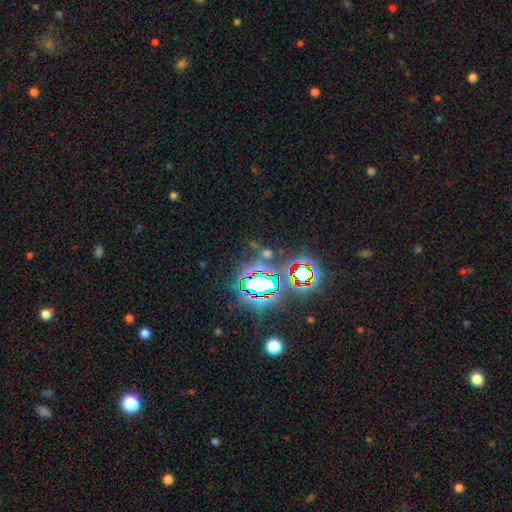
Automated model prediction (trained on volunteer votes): A star or artifact, not a galaxy (81%).